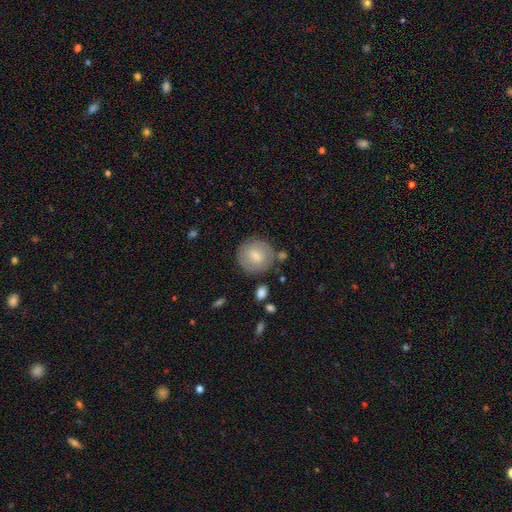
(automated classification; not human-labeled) This is likely a smooth galaxy (71%). How rounded: clearly round (91%). Merging: likely none (80%).